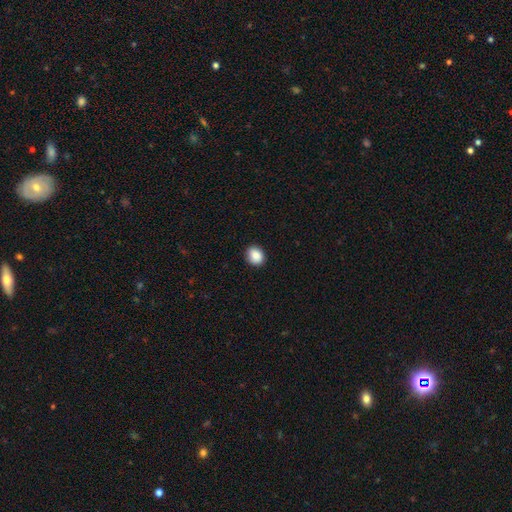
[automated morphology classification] Overall: smooth (88%). How rounded: round (65%; in between 34%). Merging: none (91%).